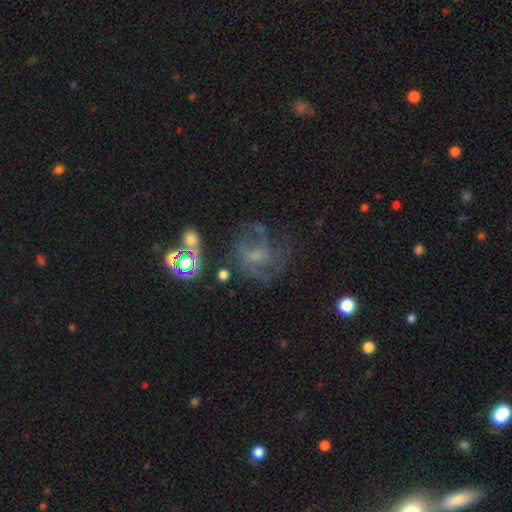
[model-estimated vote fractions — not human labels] smooth-or-featured: featured or disk: 52% | smooth: 25% | star or artifact: 23%
  disk-edge-on: no: 97% | yes: 3%
    bar: no: 68% | weak: 27% | strong: 5%
    has-spiral-arms: yes: 59% | no: 41%
    bulge-size: small: 40% | none: 28% | moderate: 27% | large: 4% | dominant: 1%
  merging: none: 49% | major disturbance: 27% | minor disturbance: 19% | merger: 5%